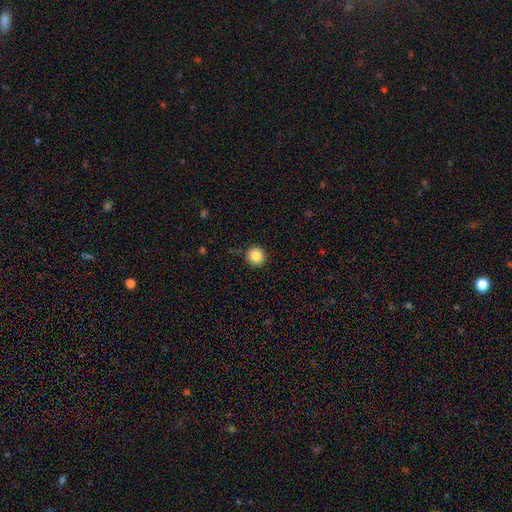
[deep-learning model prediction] The model was most divided on "smooth or featured": smooth: 86%, star or artifact: 10%, featured or disk: 4%. More confident: how rounded — round (91%); merging — none (88%).